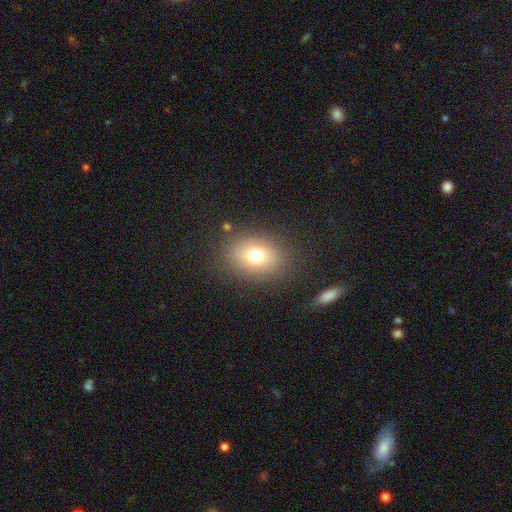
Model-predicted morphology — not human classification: Overall: smooth (73%). How rounded: in between (63%; round 36%). Merging: none (83%).